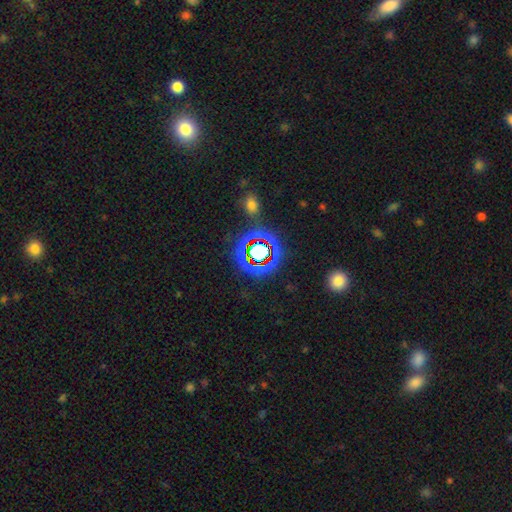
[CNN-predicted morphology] Overall: star or artifact (75%).